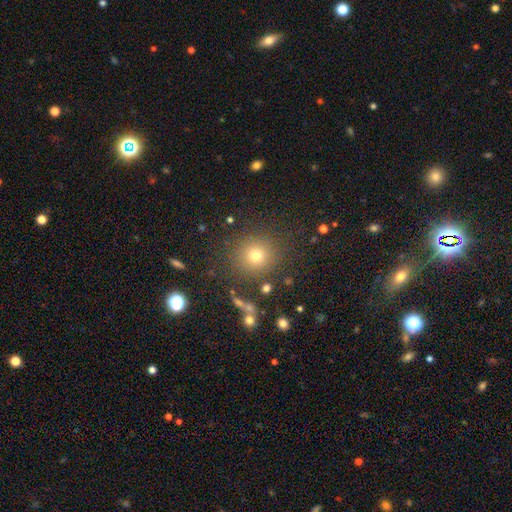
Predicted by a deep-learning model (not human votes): Morphology: type=smooth (74%); roundness=round (91%); merging=none (84%).